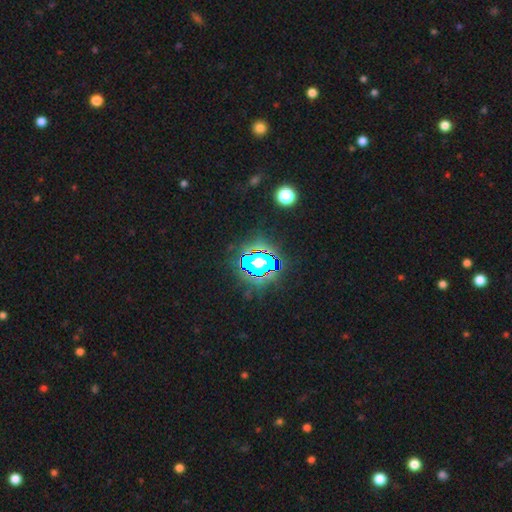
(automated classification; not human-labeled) Morphology: type=star or artifact (81%).